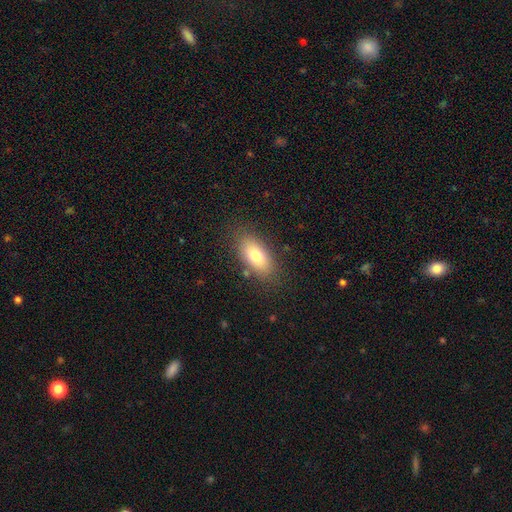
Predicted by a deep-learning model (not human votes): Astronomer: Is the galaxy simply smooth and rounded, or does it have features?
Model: smooth — 78%.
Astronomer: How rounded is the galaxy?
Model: in between — 88%.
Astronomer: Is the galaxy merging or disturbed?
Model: none — 83%.